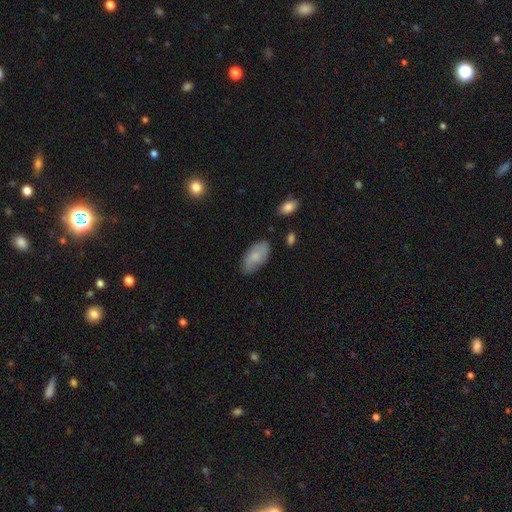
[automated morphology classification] smooth-or-featured: smooth: 70% | featured or disk: 23% | star or artifact: 7%
  how-rounded: in between: 94% | cigar-shaped: 3% | round: 3%
  merging: none: 73% | minor disturbance: 20% | major disturbance: 4% | merger: 2%